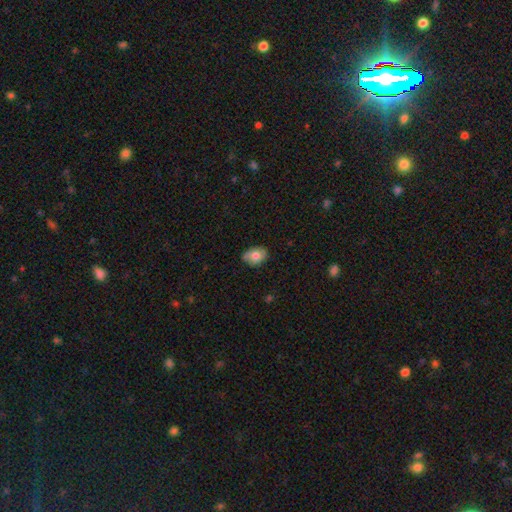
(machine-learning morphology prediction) Overall: smooth (75%). How rounded: in between (76%). Merging: none (76%).